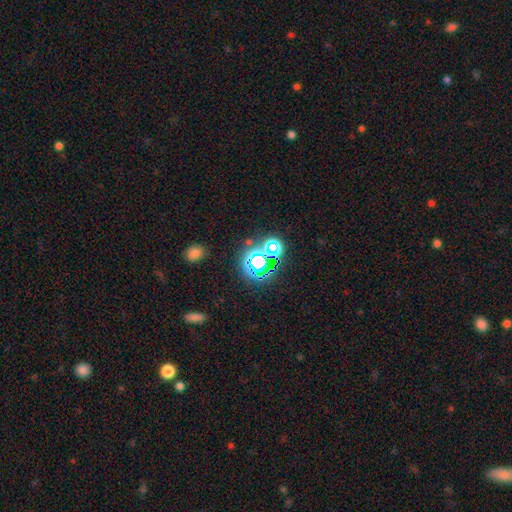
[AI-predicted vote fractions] star or artifact 66%, smooth 24%, featured or disk 10%.